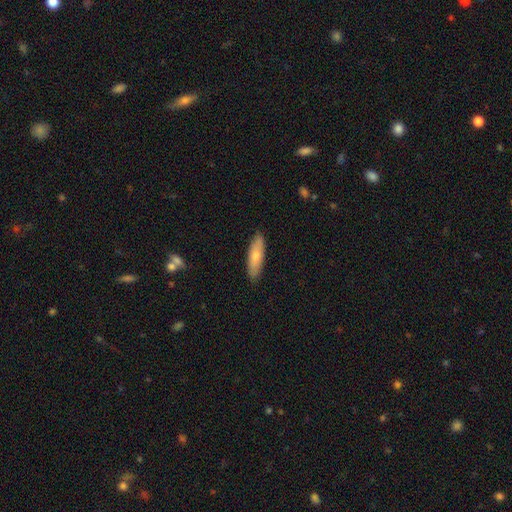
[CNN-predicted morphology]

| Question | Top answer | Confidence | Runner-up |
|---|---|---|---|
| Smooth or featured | smooth | 72% | featured or disk (23%) |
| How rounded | cigar-shaped | 59% | in between (39%) |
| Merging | none | 87% | minor disturbance (10%) |